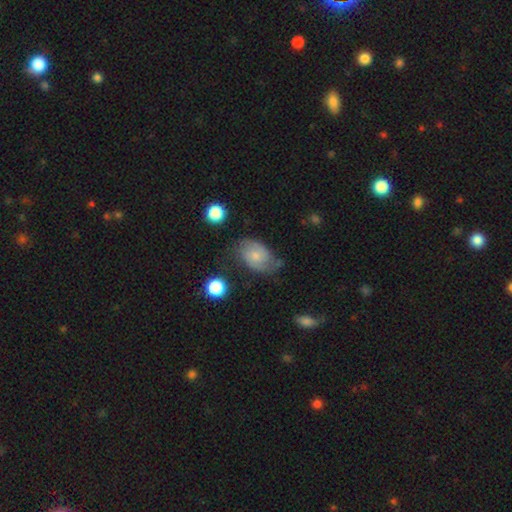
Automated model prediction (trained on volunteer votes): Q: Smooth or featured?
A: featured or disk (51%); runner-up: smooth (41%)
Q: Edge-on disk?
A: no (96%); runner-up: yes (4%)
Q: Merging?
A: none (55%); runner-up: minor disturbance (28%)